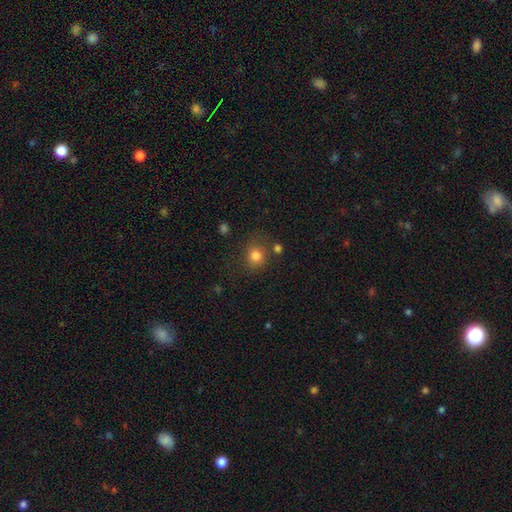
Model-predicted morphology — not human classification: This appears to be a smooth galaxy with no disk features (80%) that is round (84%). Merging: none (75%).